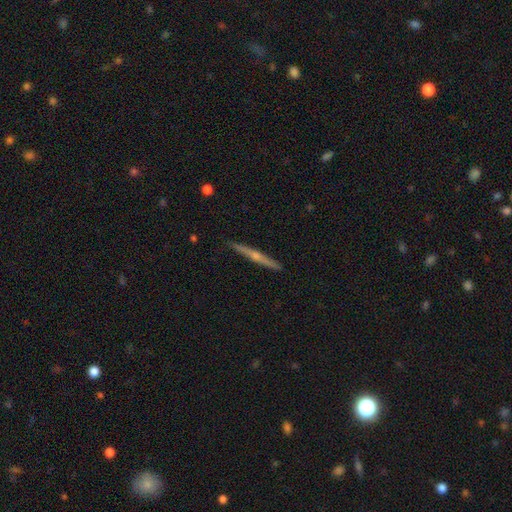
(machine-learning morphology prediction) Smooth or featured? featured or disk (72%)
Edge-on disk? yes (98%)
Edge-on bulge? rounded (80%)
Merging? none (91%)